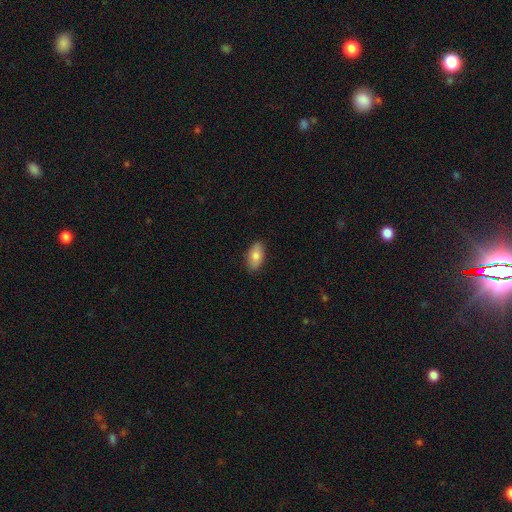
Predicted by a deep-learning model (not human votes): Q: Smooth or featured?
A: smooth (79%); runner-up: featured or disk (14%)
Q: How rounded?
A: in between (93%); runner-up: round (4%)
Q: Merging?
A: none (87%); runner-up: minor disturbance (10%)